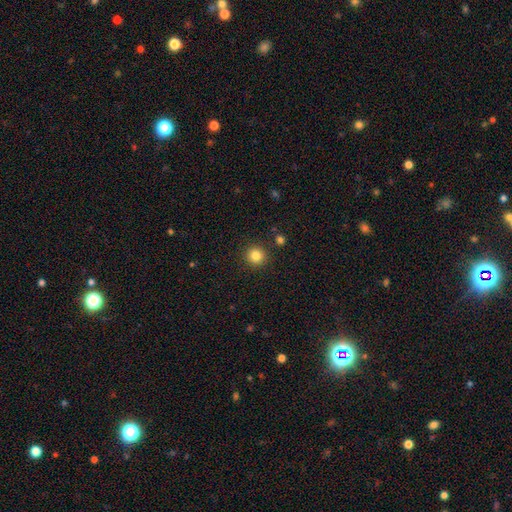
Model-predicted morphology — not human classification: type=smooth (84%); roundness=round (94%); merging=none (91%).